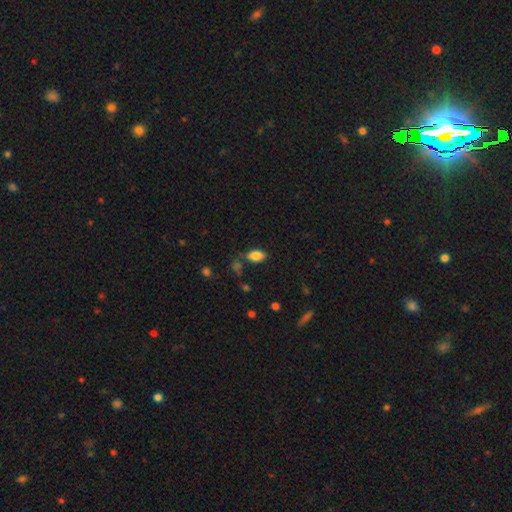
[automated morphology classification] smooth-or-featured: smooth: 83% | star or artifact: 9% | featured or disk: 8%
  how-rounded: in between: 91% | round: 5% | cigar-shaped: 4%
  merging: none: 73% | minor disturbance: 16% | merger: 6% | major disturbance: 4%